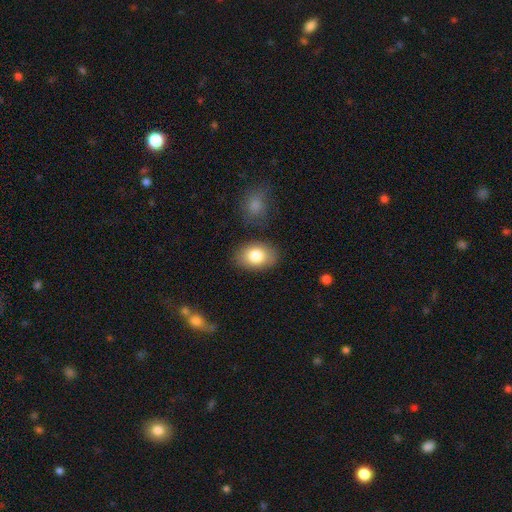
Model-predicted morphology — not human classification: smooth_or_featured: smooth (p=0.82) [alt: featured or disk p=0.11]
how_rounded: in between (p=0.81) [alt: round p=0.18]
merging: none (p=0.80) [alt: minor disturbance p=0.12]